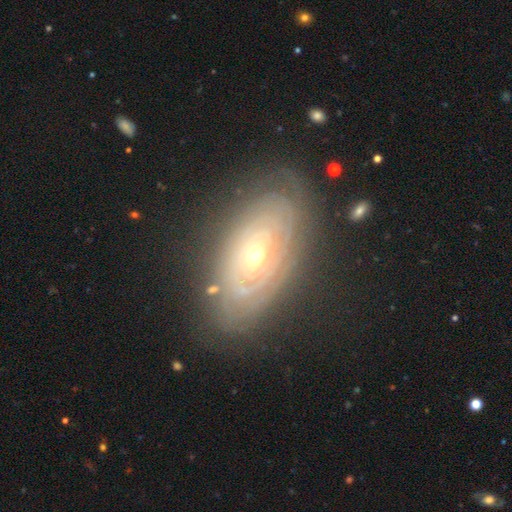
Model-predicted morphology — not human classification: type=featured or disk (80%); edge-on=no (92%); bar=no (81%); spiral arms=yes (78%); winding=tight (83%); arm count=can't tell (56%); bulge=small (48%, tied with moderate); merging=none (79%).